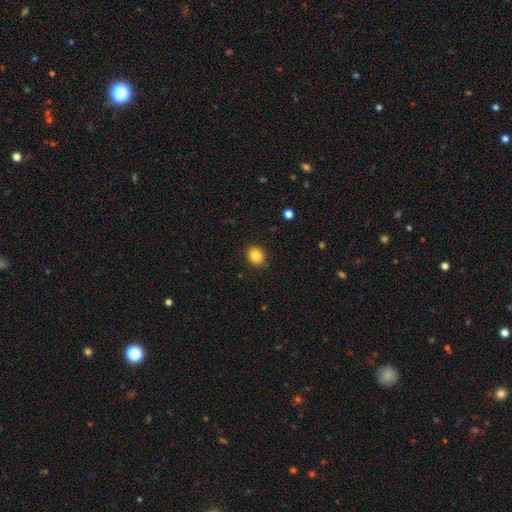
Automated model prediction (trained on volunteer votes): Smooth or featured: smooth — 85% (star or artifact — 10%)
How rounded: round — 72% (in between — 27%)
Merging: none — 89% (minor disturbance — 8%)